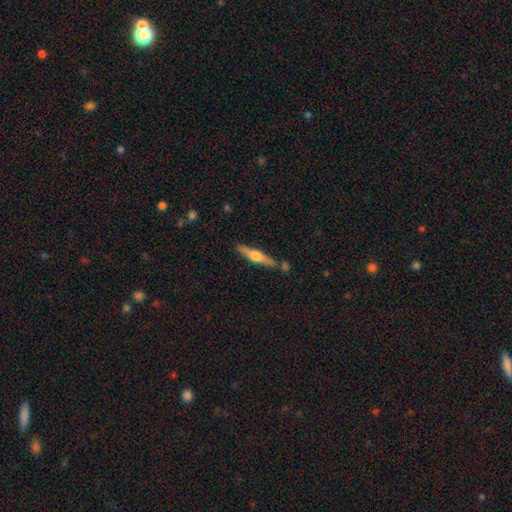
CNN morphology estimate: featured or disk 66%, smooth 28%, star or artifact 6%. Down the decision tree: edge-on disk — yes (97%); edge-on bulge — rounded (93%); merging — none (81%).